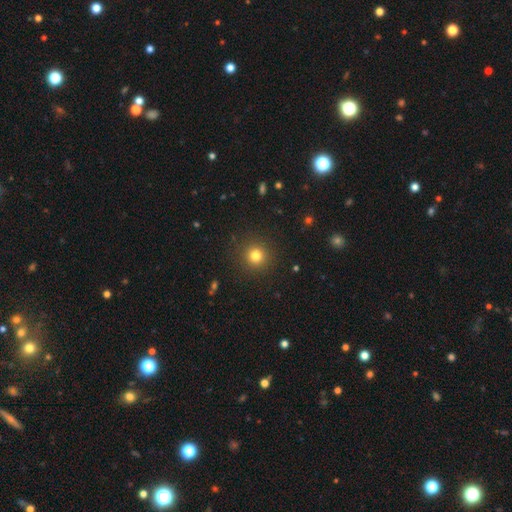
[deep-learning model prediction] Smooth or featured? Predicted: smooth (p=0.79). How rounded? Predicted: round (p=0.95). Merging? Predicted: none (p=0.91).